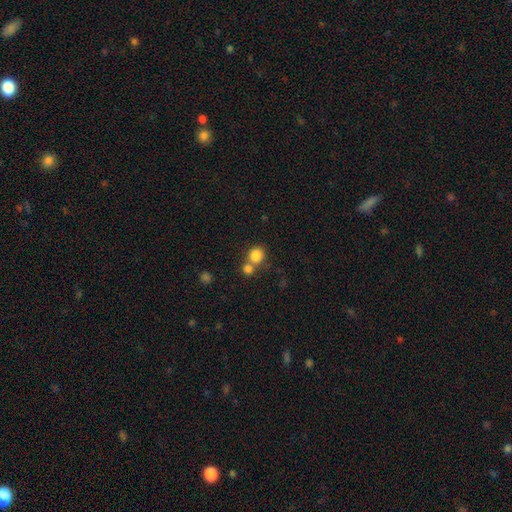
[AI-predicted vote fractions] Q: Smooth or featured?
A: smooth (83%); runner-up: star or artifact (10%)
Q: How rounded?
A: round (82%); runner-up: in between (17%)
Q: Merging?
A: none (49%); runner-up: merger (40%)